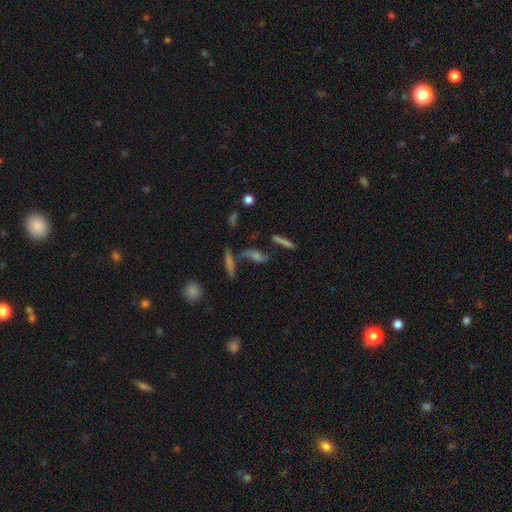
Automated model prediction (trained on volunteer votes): This appears to be a featured or disk galaxy (42%). Merging: none (61%).